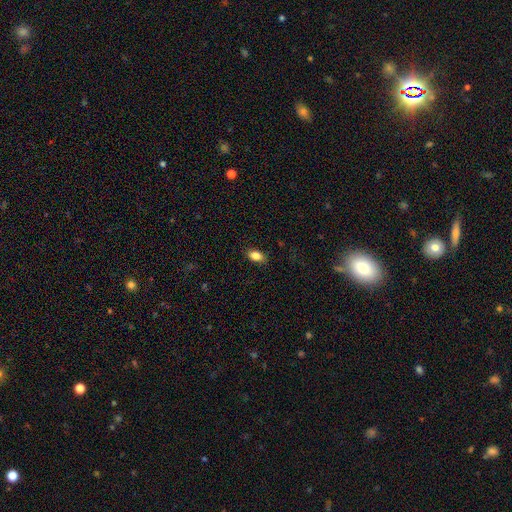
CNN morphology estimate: smooth-or-featured: smooth: 85% | star or artifact: 8% | featured or disk: 7%
  how-rounded: in between: 88% | round: 6% | cigar-shaped: 5%
  merging: none: 85% | minor disturbance: 11% | major disturbance: 3% | merger: 1%